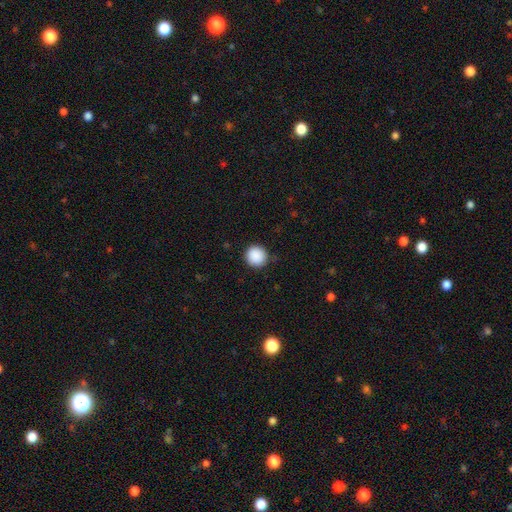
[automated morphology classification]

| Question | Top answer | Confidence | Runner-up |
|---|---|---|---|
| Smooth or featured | smooth | 89% | star or artifact (8%) |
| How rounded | round | 95% | in between (4%) |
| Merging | none | 90% | minor disturbance (7%) |